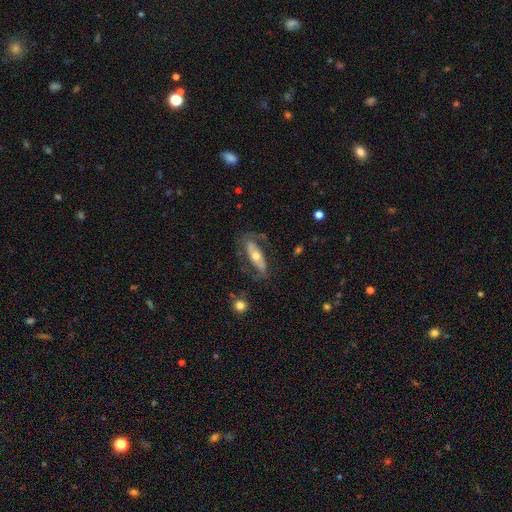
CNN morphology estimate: Smooth or featured: featured or disk — 58% (smooth — 36%)
Edge-on disk: no — 75% (yes — 25%)
Merging: none — 64% (minor disturbance — 19%)